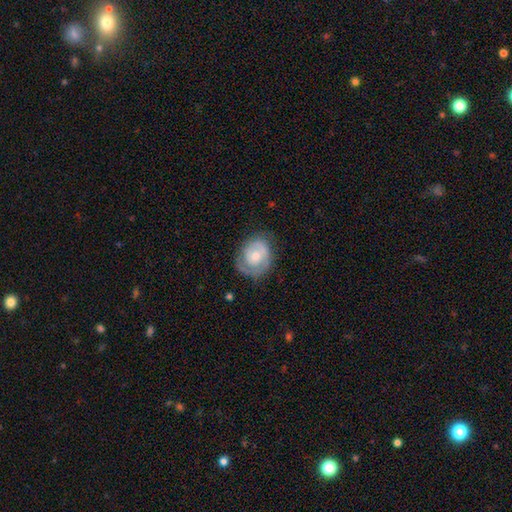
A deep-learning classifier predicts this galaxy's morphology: Smooth or featured?
  - featured or disk: 55% *
  - smooth: 39%
  - star or artifact: 6%
Edge-on disk?
  - no: 97% *
  - yes: 3%
Bar?
  - no: 76% *
  - weak: 20%
  - strong: 3%
Spiral arms?
  - yes: 72% *
  - no: 28%
Bulge size?
  - moderate: 47% *
  - small: 45%
  - large: 4%
  - none: 2%
  - dominant: 1%
Merging?
  - none: 61% *
  - minor disturbance: 25%
  - major disturbance: 12%
  - merger: 1%